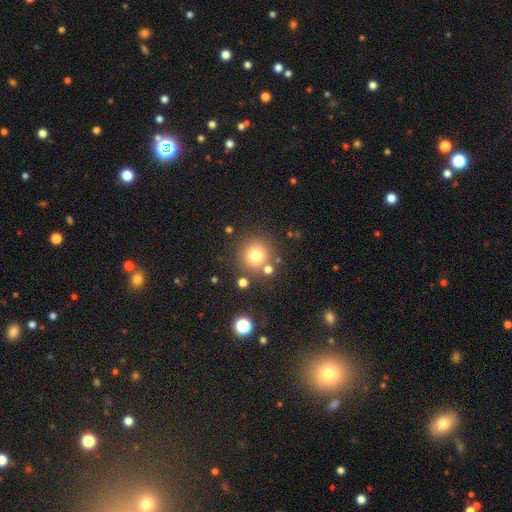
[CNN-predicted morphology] Q: Smooth or featured?
A: smooth (75%); runner-up: star or artifact (15%)
Q: How rounded?
A: round (94%); runner-up: in between (5%)
Q: Merging?
A: none (81%); runner-up: minor disturbance (8%)